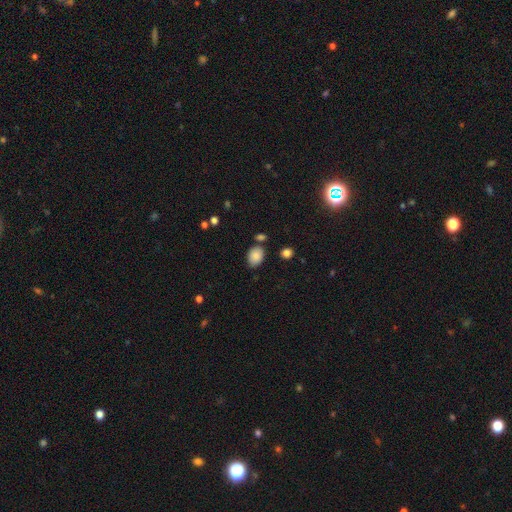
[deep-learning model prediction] smooth_or_featured: smooth (p=0.85) [alt: star or artifact p=0.09]
how_rounded: in between (p=0.72) [alt: round p=0.27]
merging: none (p=0.73) [alt: minor disturbance p=0.15]